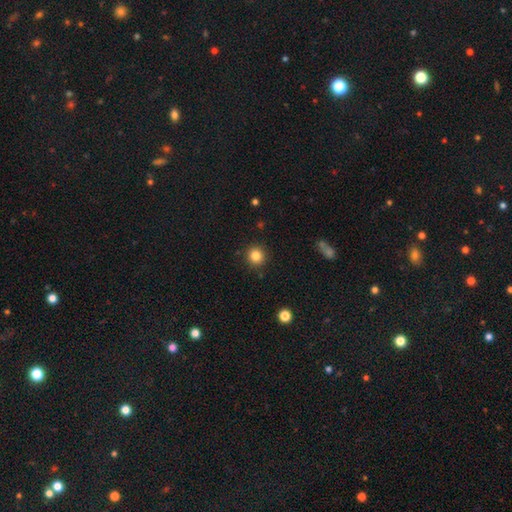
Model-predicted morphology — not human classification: Q: Smooth or featured?
A: smooth (84%); runner-up: star or artifact (11%)
Q: How rounded?
A: round (93%); runner-up: in between (6%)
Q: Merging?
A: none (91%); runner-up: minor disturbance (6%)